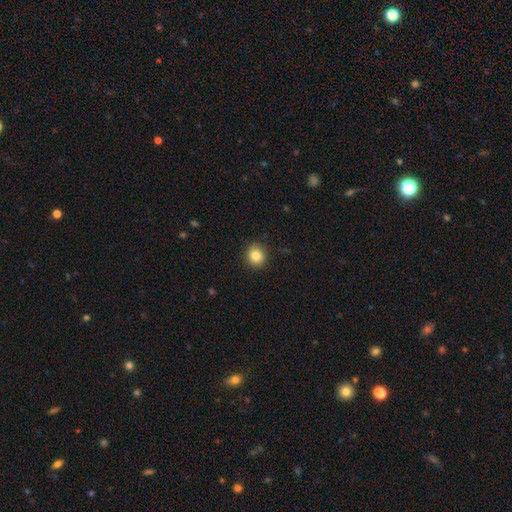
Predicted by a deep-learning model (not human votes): The model was most divided on "how rounded": round: 84%, in between: 15%, cigar-shaped: 1%. More confident: merging — none (90%); smooth or featured — smooth (84%).